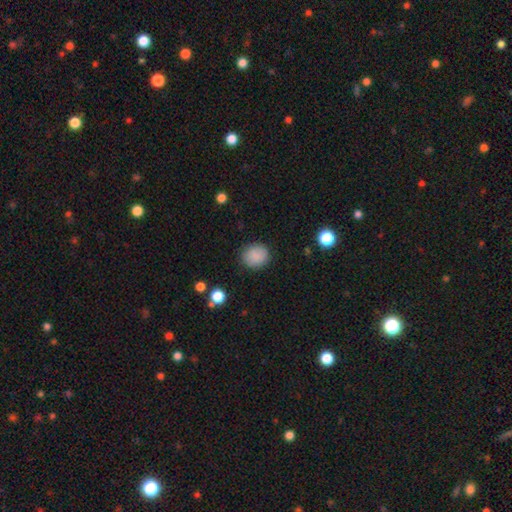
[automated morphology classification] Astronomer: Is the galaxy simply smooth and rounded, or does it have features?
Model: smooth — 87%.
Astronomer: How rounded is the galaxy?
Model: round — 84%.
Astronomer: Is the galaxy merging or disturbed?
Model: none — 88%.